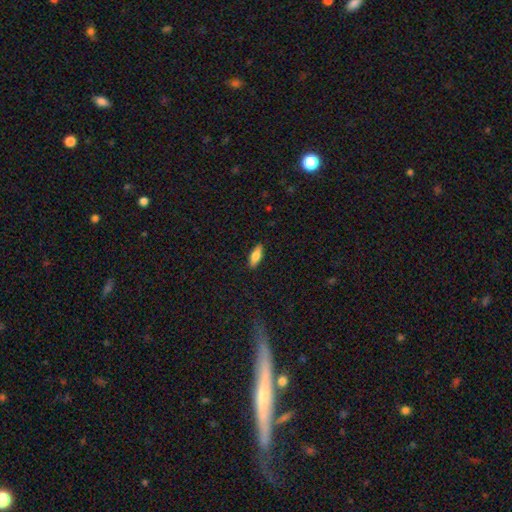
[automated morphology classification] A smooth galaxy with no disk features (75%) that is in between round and cigar-shaped (69%).

Vote fractions:
- Smooth or featured? smooth: 75% / featured or disk: 18% / star or artifact: 6%
- How rounded? in between: 69% / cigar-shaped: 29% / round: 2%
- Merging? none: 89% / minor disturbance: 8% / major disturbance: 2% / merger: 1%